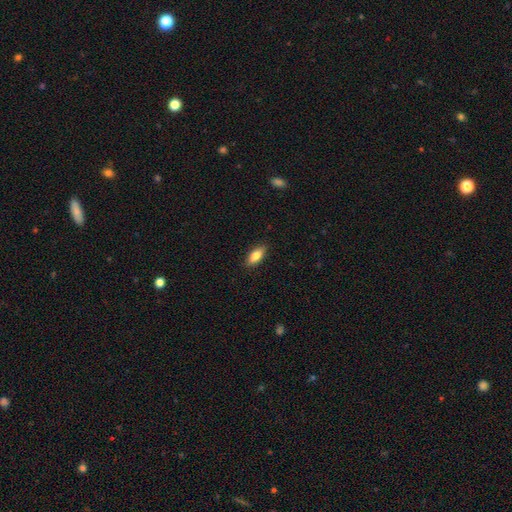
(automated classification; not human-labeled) The model was most divided on "how rounded": in between: 80%, cigar-shaped: 17%, round: 3%. More confident: merging — none (88%); smooth or featured — smooth (83%).